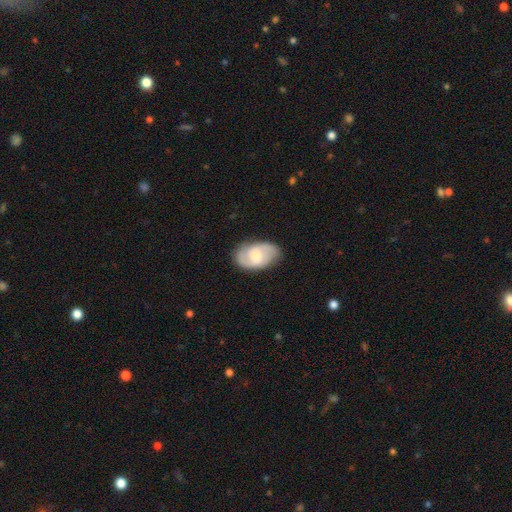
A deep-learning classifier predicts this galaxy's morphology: featured or disk 64%, smooth 31%, star or artifact 5%. Down the decision tree: edge-on disk — no (96%); bar — weak (49%); spiral arms — yes (89%); spiral arm count — 2 (83%); spiral winding — medium (49%); bulge size — small (45%); merging — none (80%).